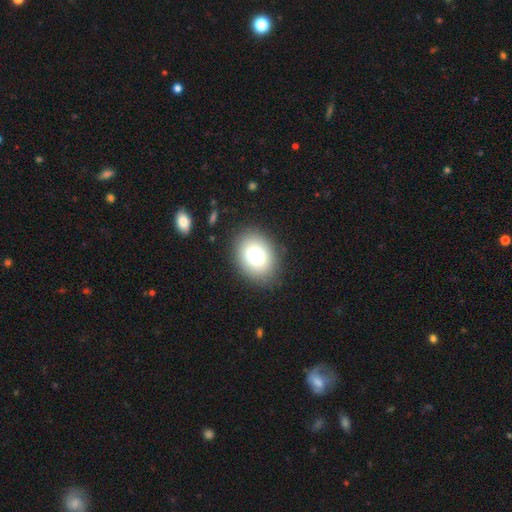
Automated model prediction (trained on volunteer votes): A smooth galaxy with no disk features (78%) that is in between round and cigar-shaped (66%).

Vote fractions:
- Smooth or featured? smooth: 78% / featured or disk: 12% / star or artifact: 10%
- How rounded? in between: 66% / round: 33% / cigar-shaped: 1%
- Merging? none: 85% / minor disturbance: 10% / major disturbance: 3% / merger: 1%